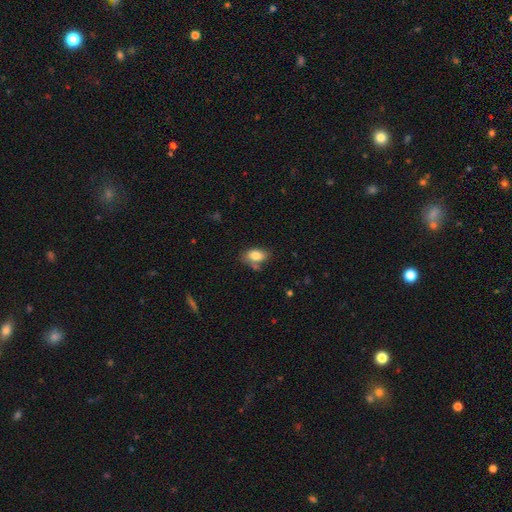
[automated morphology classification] smooth_or_featured: smooth (p=0.81) [alt: featured or disk p=0.11]
how_rounded: in between (p=0.87) [alt: round p=0.10]
merging: none (p=0.60) [alt: minor disturbance p=0.23]